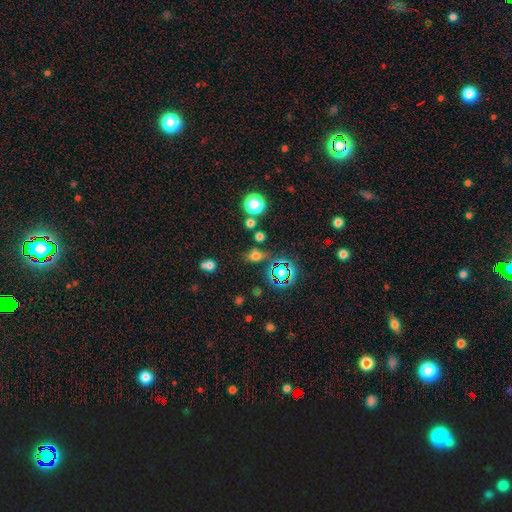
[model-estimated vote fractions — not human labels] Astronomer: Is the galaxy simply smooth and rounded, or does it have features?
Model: smooth — 54% (runner-up: star or artifact, 34%).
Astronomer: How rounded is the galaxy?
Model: in between — 55% (runner-up: round, 39%).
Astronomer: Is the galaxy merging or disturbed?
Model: none — 68%.